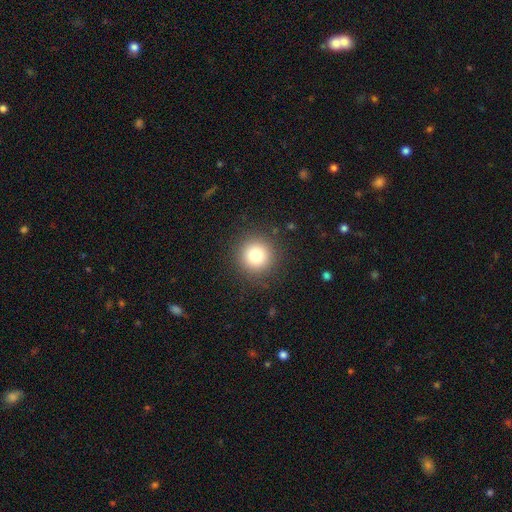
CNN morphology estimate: Smooth or featured?
  - smooth: 80% *
  - star or artifact: 12%
  - featured or disk: 8%
How rounded?
  - round: 95% *
  - in between: 5%
  - cigar-shaped: 1%
Merging?
  - none: 89% *
  - minor disturbance: 7%
  - major disturbance: 3%
  - merger: 1%